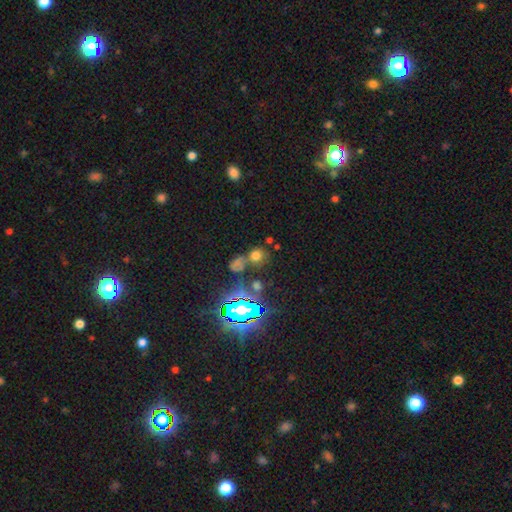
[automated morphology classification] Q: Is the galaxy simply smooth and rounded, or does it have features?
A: smooth — 58%.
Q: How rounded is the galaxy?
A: round — 79%.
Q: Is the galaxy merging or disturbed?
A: none — 56%.